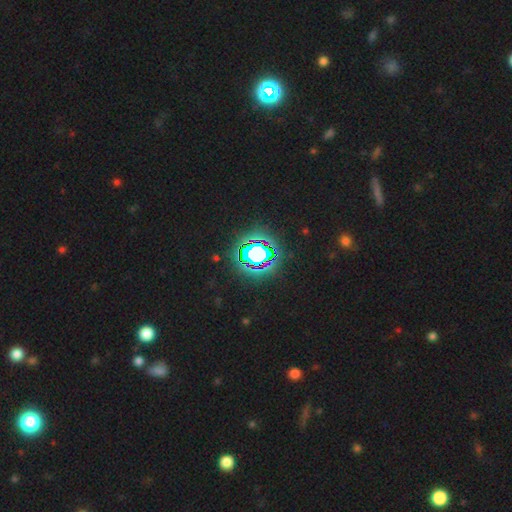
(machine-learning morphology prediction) Smooth or featured?
  - star or artifact: 78% *
  - smooth: 14%
  - featured or disk: 8%